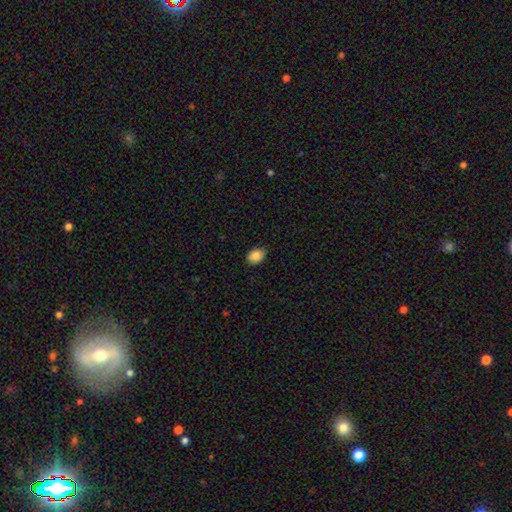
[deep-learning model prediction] A smooth galaxy with no disk features (87%) that is in between round and cigar-shaped (73%).

Vote fractions:
- Smooth or featured? smooth: 87% / star or artifact: 8% / featured or disk: 5%
- How rounded? in between: 73% / round: 26% / cigar-shaped: 1%
- Merging? none: 88% / minor disturbance: 10% / major disturbance: 2% / merger: 1%